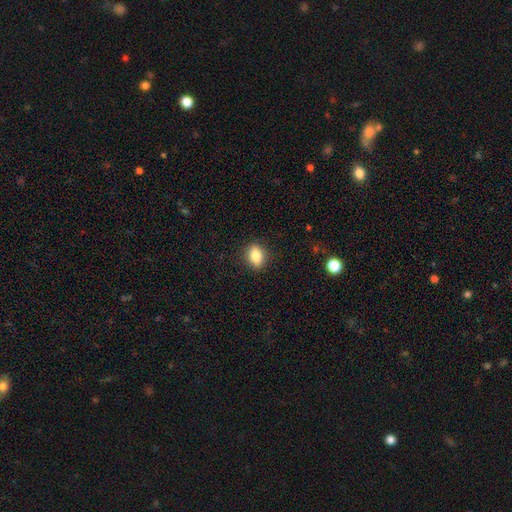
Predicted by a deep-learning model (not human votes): This is clearly a smooth galaxy (81%). How rounded: likely in between (69%). Merging: clearly none (88%).